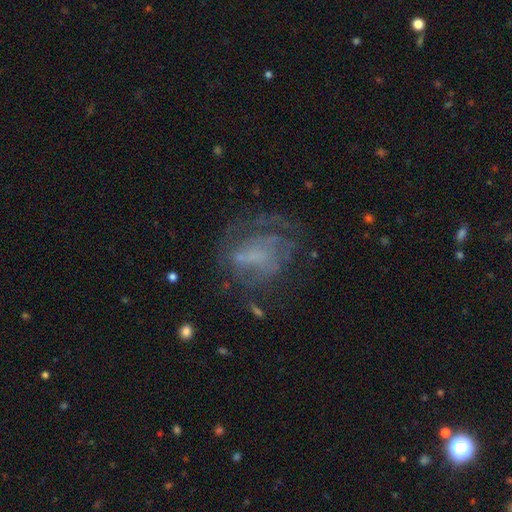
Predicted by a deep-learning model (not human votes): This appears to be a featured or disk galaxy (63%) with no bar (56%), spiral arms (61%) and no central bulge (55%). Merging: none (49%).